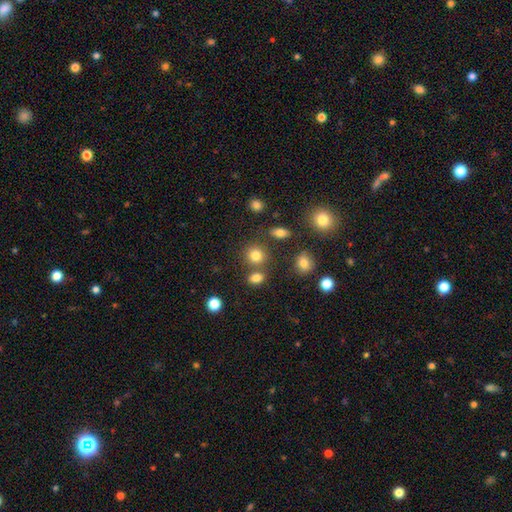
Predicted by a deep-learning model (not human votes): The model was most divided on "merging": none: 71%, merger: 15%, minor disturbance: 10%, major disturbance: 4%. More confident: smooth or featured — smooth (80%); how rounded — round (79%).